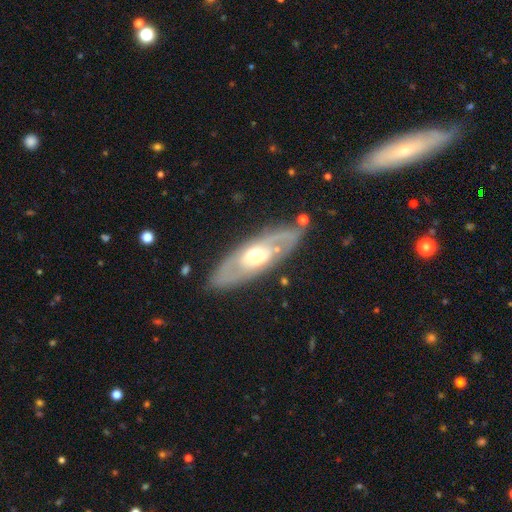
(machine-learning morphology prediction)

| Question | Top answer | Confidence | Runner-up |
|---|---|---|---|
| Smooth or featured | featured or disk | 70% | smooth (25%) |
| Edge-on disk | no | 80% | yes (20%) |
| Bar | no | 65% | weak (25%) |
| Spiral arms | yes | 53% | no (47%) |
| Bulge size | moderate | 63% | small (18%) |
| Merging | none | 79% | minor disturbance (13%) |